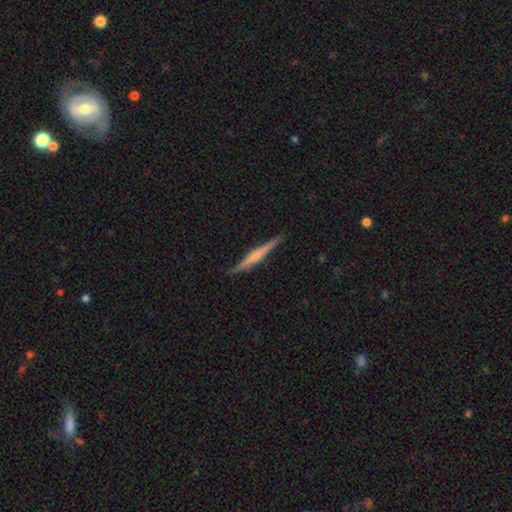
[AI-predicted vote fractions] The model was most divided on "edge-on bulge": rounded: 58%, boxy: 21%, none: 20%. More confident: edge-on disk — yes (98%); merging — none (88%); smooth or featured — featured or disk (72%).